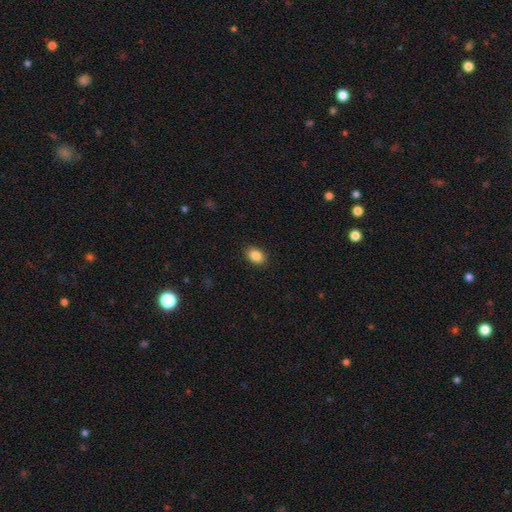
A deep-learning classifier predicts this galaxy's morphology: This appears to be a smooth galaxy with no disk features (87%) that is in between round and cigar-shaped (79%). Merging: none (89%).